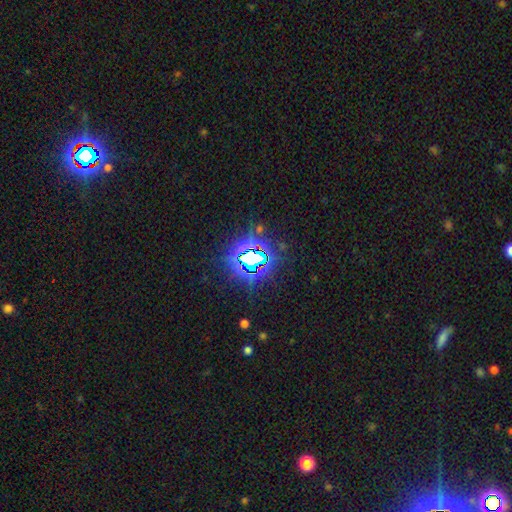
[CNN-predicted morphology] smooth_or_featured: star or artifact (p=0.79) [alt: smooth p=0.12]